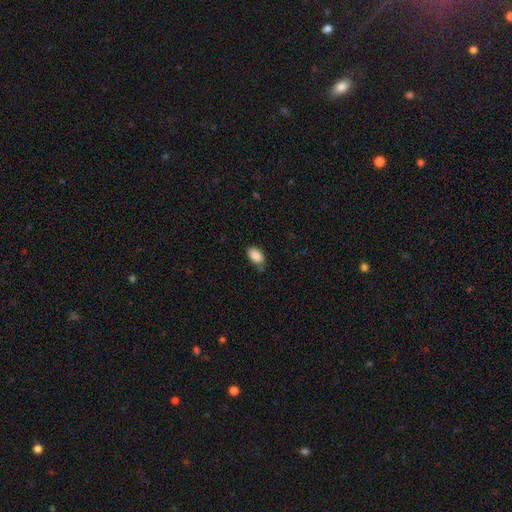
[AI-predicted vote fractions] Smooth or featured? smooth (88%)
How rounded? in between (93%)
Merging? none (71%)